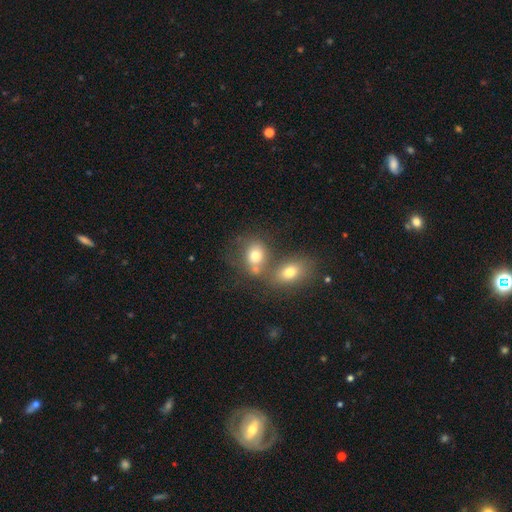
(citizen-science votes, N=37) smooth 81%, featured or disk 19%, star or artifact 0%. Down the decision tree: how rounded — in between (57%); merging — none (41%).